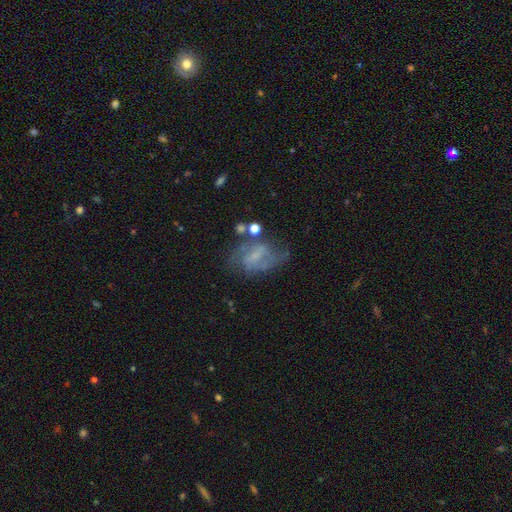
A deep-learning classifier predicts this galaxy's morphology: smooth-or-featured: featured or disk: 66% | smooth: 23% | star or artifact: 11%
  disk-edge-on: no: 96% | yes: 4%
    bar: weak: 46% | no: 30% | strong: 24%
    has-spiral-arms: yes: 77% | no: 23%
    bulge-size: none: 49% | small: 31% | moderate: 15% | large: 4% | dominant: 1%
  merging: none: 49% | minor disturbance: 23% | major disturbance: 21% | merger: 7%